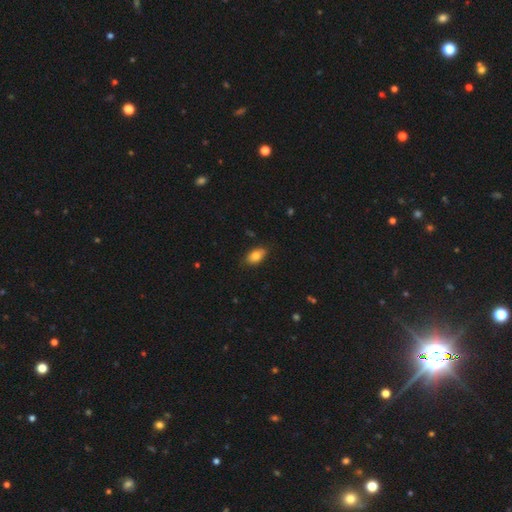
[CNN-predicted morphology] Overall: smooth (81%). How rounded: in between (90%). Merging: none (82%).